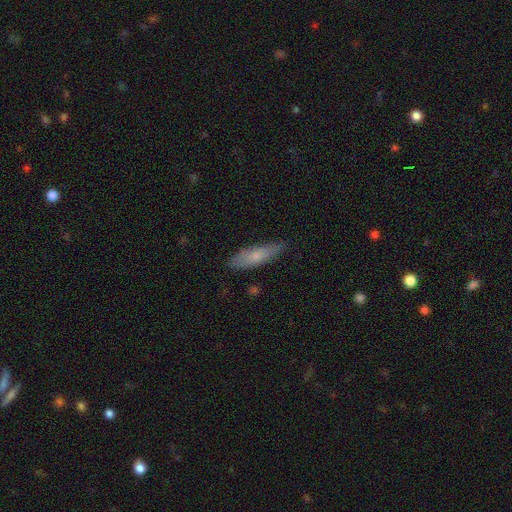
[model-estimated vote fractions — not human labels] This is likely a smooth galaxy (70%). How rounded: likely cigar-shaped (61%). Merging: clearly none (80%).